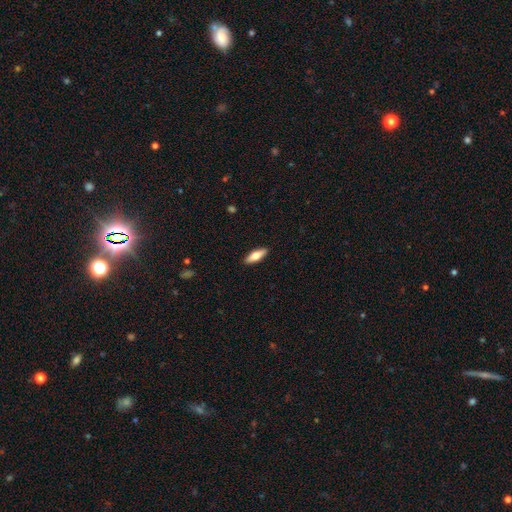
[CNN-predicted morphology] Overall: smooth (70%). How rounded: in between (60%; cigar-shaped 38%). Merging: none (90%).